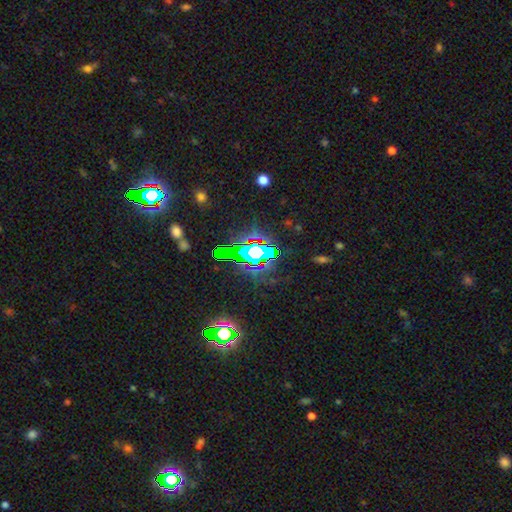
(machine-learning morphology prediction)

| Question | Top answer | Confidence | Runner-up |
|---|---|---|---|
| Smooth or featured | star or artifact | 72% | featured or disk (14%) |